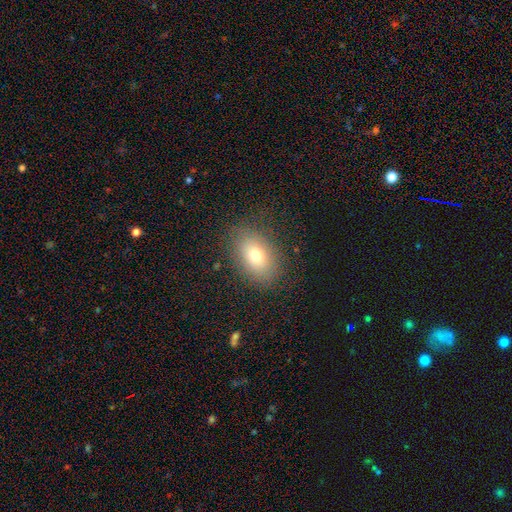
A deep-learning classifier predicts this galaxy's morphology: Smooth or featured?
  - smooth: 74% *
  - featured or disk: 14%
  - star or artifact: 12%
How rounded?
  - in between: 78% *
  - round: 21%
  - cigar-shaped: 1%
Merging?
  - none: 84% *
  - minor disturbance: 10%
  - major disturbance: 4%
  - merger: 1%